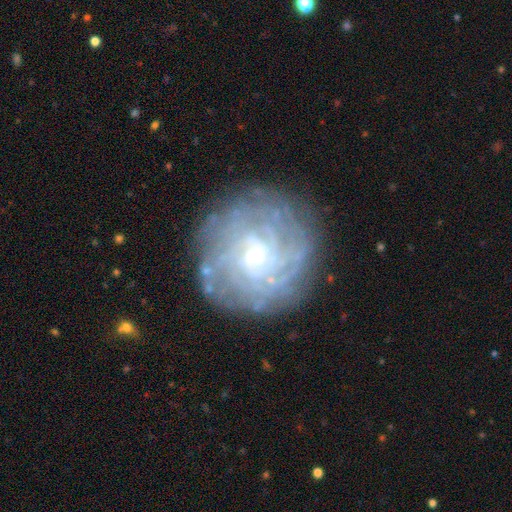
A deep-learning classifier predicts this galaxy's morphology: Smooth or featured? Predicted: featured or disk (p=0.82). Edge-on disk? Predicted: no (p=0.97). Bar? Predicted: no (p=0.67). Spiral arms? Predicted: yes (p=0.94). Spiral winding? Predicted: tight (p=0.79). Spiral arm count? Predicted: can't tell (p=0.38). Bulge size? Predicted: small (p=0.72). Merging? Predicted: none (p=0.83).